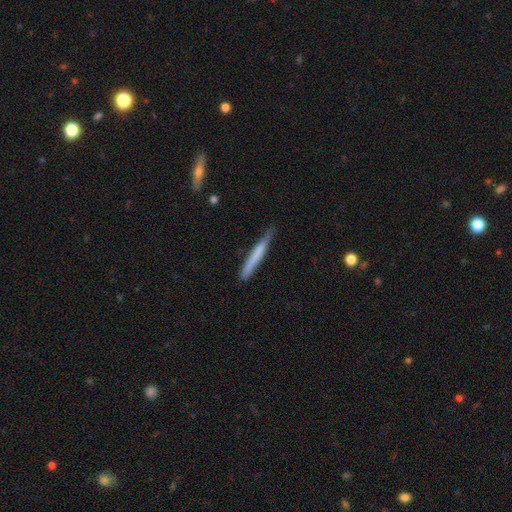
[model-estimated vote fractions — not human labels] Smooth or featured: smooth — 60% (featured or disk — 34%)
How rounded: cigar-shaped — 96% (in between — 2%)
Merging: none — 77% (minor disturbance — 19%)